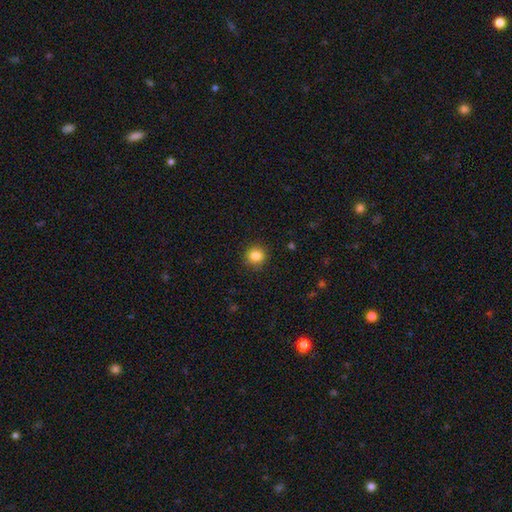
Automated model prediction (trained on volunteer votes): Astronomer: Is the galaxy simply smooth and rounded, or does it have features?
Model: smooth — 85%.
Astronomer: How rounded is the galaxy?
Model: round — 91%.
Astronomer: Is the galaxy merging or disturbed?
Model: none — 90%.